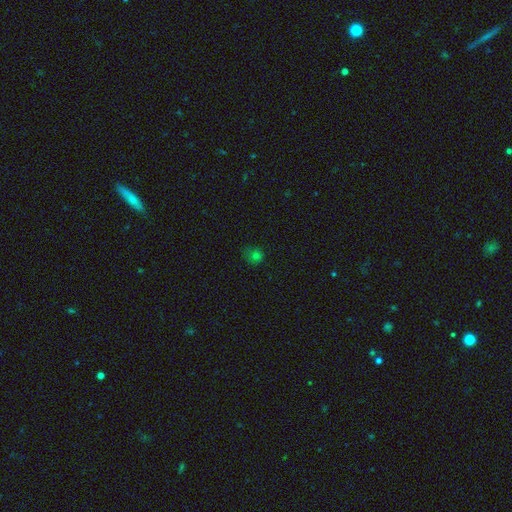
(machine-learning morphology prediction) Smooth or featured?
  - smooth: 70% *
  - star or artifact: 23%
  - featured or disk: 7%
How rounded?
  - round: 82% *
  - in between: 17%
  - cigar-shaped: 1%
Merging?
  - none: 68% *
  - minor disturbance: 21%
  - major disturbance: 8%
  - merger: 2%